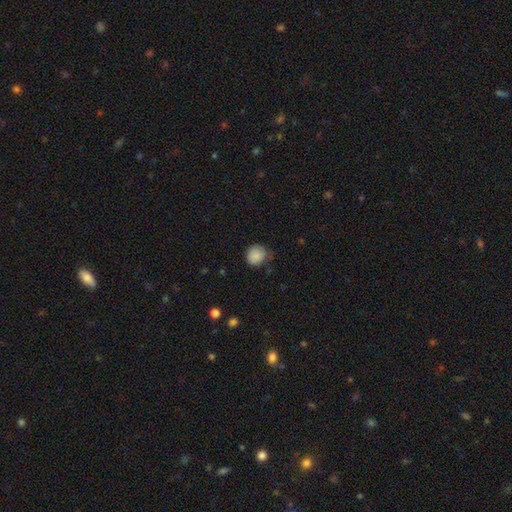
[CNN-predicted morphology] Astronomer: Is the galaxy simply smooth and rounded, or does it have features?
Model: smooth — 86%.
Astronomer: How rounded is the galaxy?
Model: round — 81%.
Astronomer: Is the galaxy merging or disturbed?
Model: none — 65%.